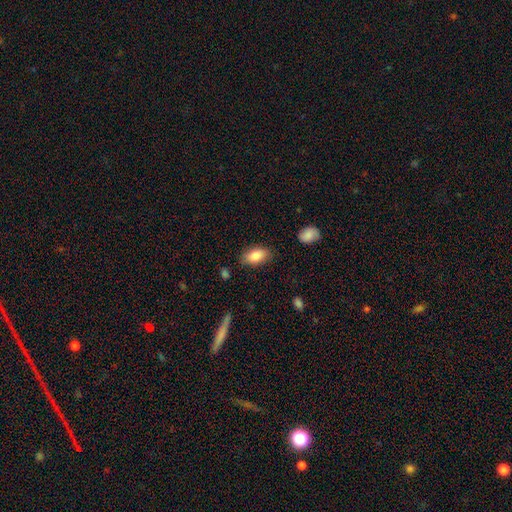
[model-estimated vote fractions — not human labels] Morphology: type=smooth (85%); roundness=in between (92%); merging=none (83%).